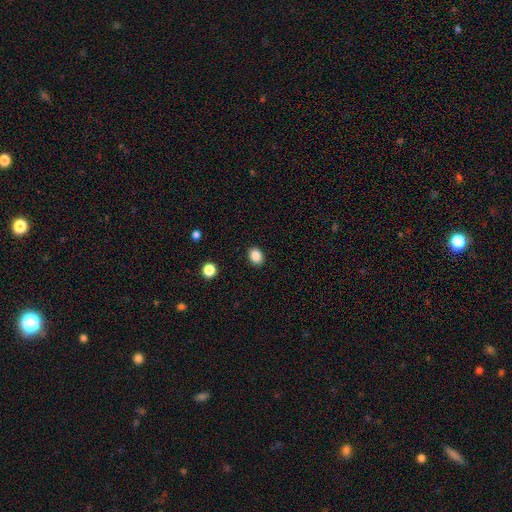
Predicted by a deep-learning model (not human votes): This is clearly a smooth galaxy (87%). How rounded: possibly in between (56%). Merging: clearly none (90%).